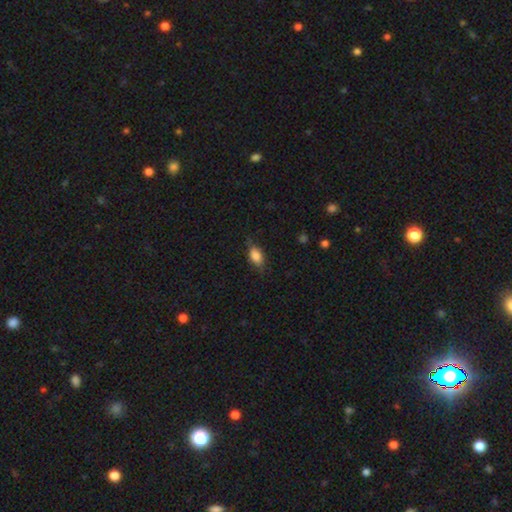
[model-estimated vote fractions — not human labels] Smooth or featured?
  - smooth: 81% *
  - featured or disk: 11%
  - star or artifact: 9%
How rounded?
  - in between: 86% *
  - round: 8%
  - cigar-shaped: 6%
Merging?
  - none: 67% *
  - minor disturbance: 25%
  - major disturbance: 7%
  - merger: 1%